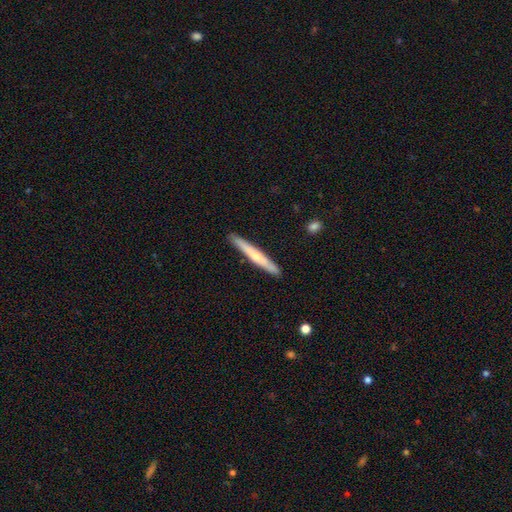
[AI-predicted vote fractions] Smooth or featured? smooth (54%)
How rounded? cigar-shaped (96%)
Merging? none (90%)